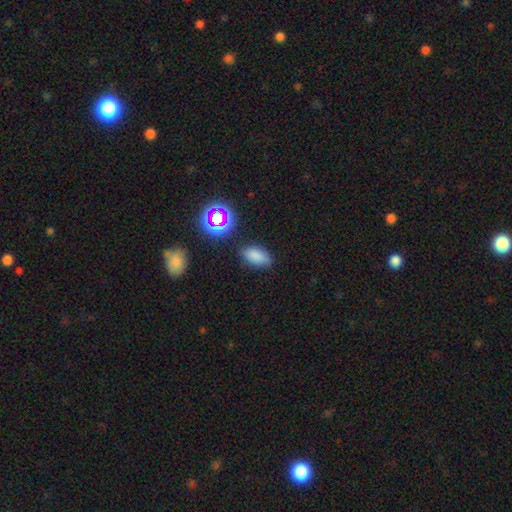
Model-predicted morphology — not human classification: This is likely a smooth galaxy (77%). How rounded: clearly in between (89%). Merging: clearly none (82%).